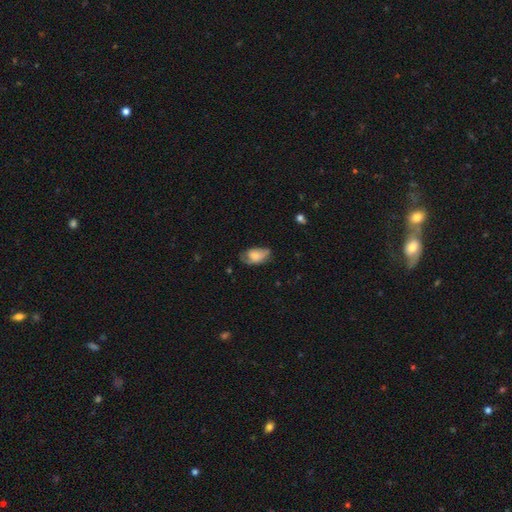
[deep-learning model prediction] Smooth or featured: smooth — 67% (featured or disk — 25%)
How rounded: in between — 92% (round — 6%)
Merging: none — 45% (minor disturbance — 37%)